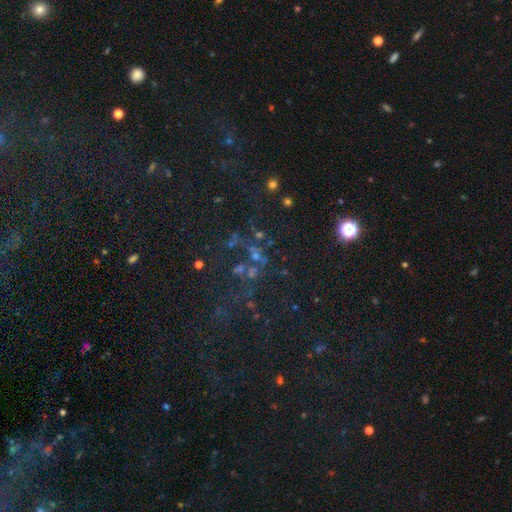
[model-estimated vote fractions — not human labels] smooth_or_featured: star or artifact (p=0.53) [alt: featured or disk p=0.25]